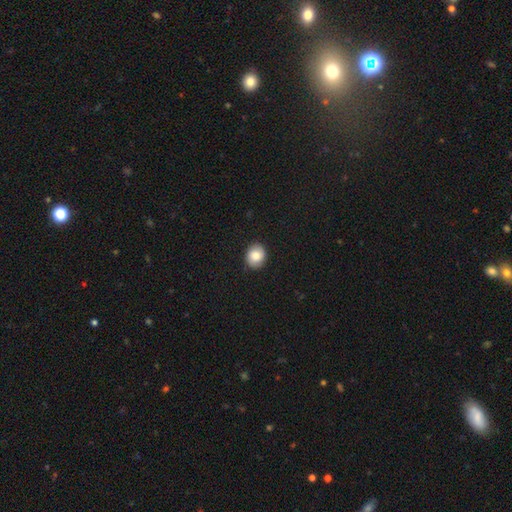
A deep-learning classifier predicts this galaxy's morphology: Smooth or featured? Predicted: smooth (p=0.80). How rounded? Predicted: round (p=0.64). Merging? Predicted: none (p=0.87).